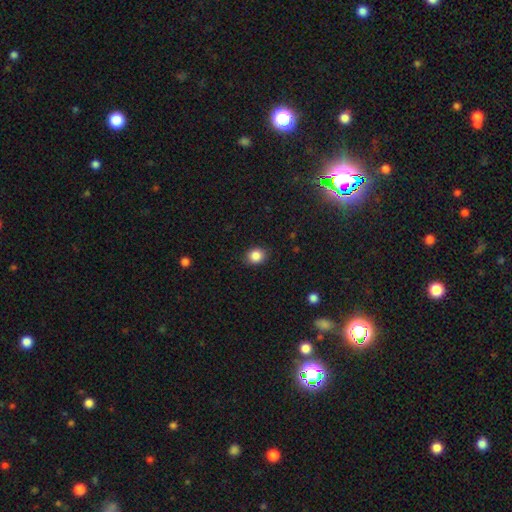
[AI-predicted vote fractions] smooth_or_featured: smooth (p=0.87) [alt: star or artifact p=0.09]
how_rounded: round (p=0.67) [alt: in between p=0.32]
merging: none (p=0.87) [alt: minor disturbance p=0.09]